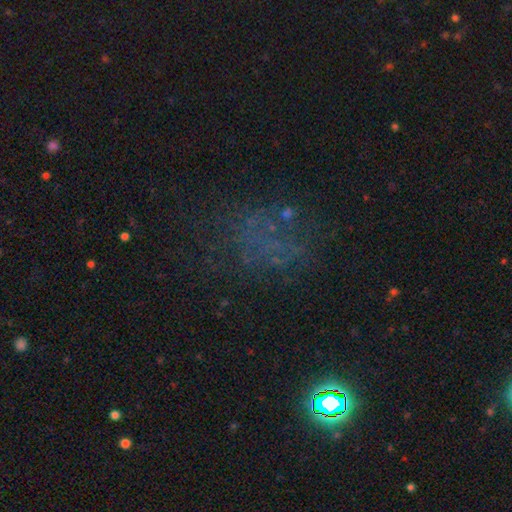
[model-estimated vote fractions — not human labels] smooth_or_featured: star or artifact (p=0.43) [alt: featured or disk p=0.29]